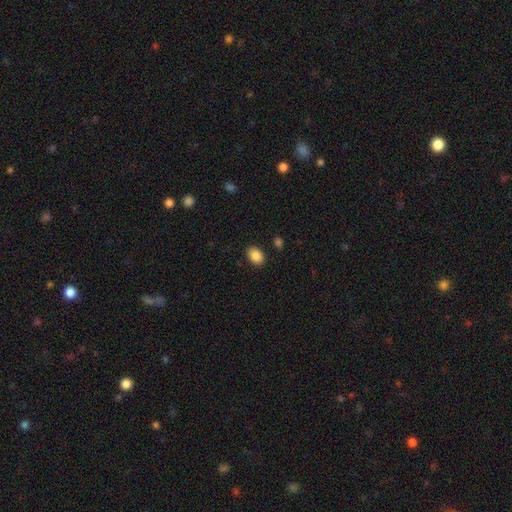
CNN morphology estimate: Q: Smooth or featured?
A: smooth (88%); runner-up: star or artifact (8%)
Q: How rounded?
A: in between (78%); runner-up: round (21%)
Q: Merging?
A: none (87%); runner-up: minor disturbance (9%)